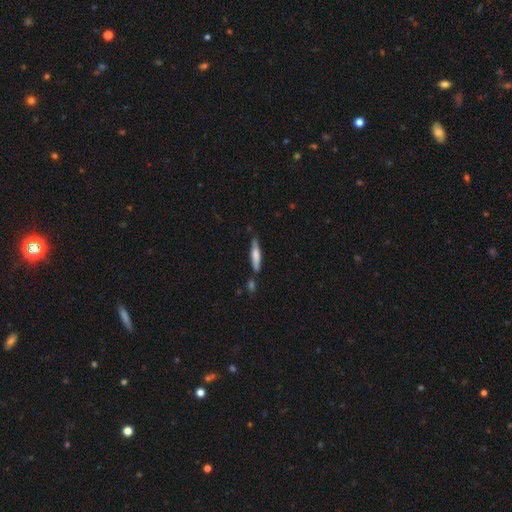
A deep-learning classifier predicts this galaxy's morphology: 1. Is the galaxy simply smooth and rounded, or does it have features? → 66% smooth, 28% featured or disk, 6% star or artifact.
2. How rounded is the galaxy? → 84% cigar-shaped, 14% in between, 1% round.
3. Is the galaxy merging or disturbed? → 73% none, 17% minor disturbance, 7% merger, 3% major disturbance.